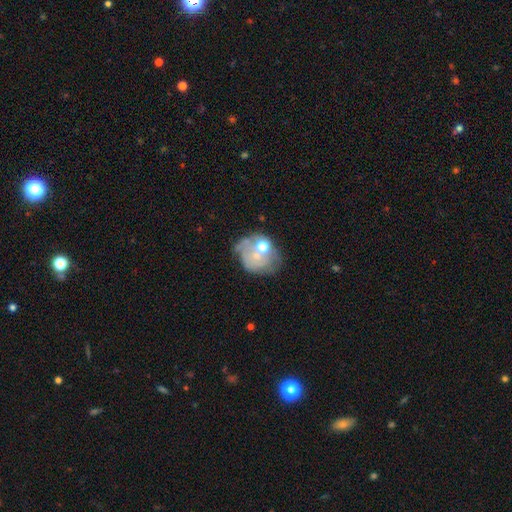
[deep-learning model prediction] Smooth or featured? featured or disk (48%)
Merging? none (37%)